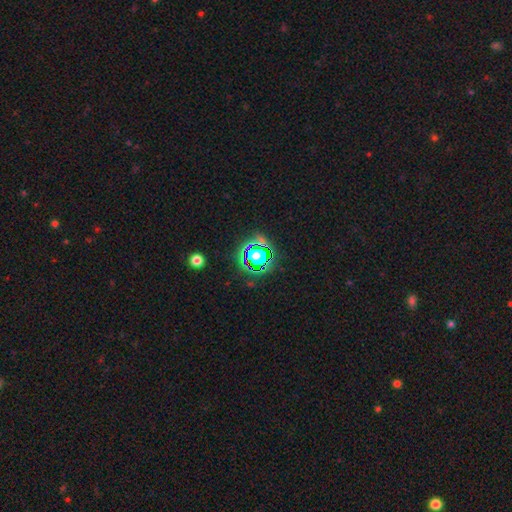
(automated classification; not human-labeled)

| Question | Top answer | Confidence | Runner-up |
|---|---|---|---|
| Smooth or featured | star or artifact | 61% | smooth (26%) |